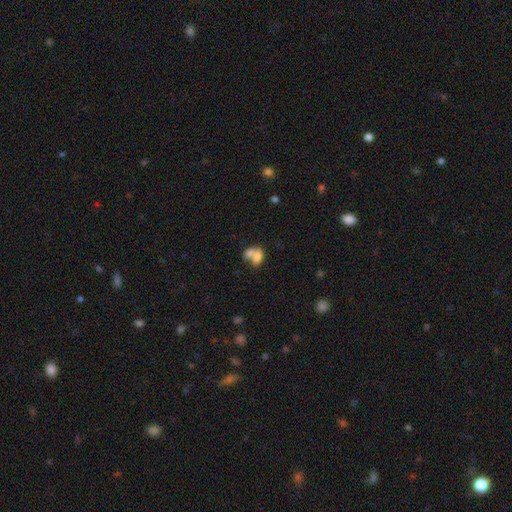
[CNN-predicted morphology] smooth-or-featured: smooth: 74% | featured or disk: 17% | star or artifact: 9%
  how-rounded: in between: 82% | round: 16% | cigar-shaped: 2%
  merging: merger: 69% | none: 20% | minor disturbance: 7% | major disturbance: 5%